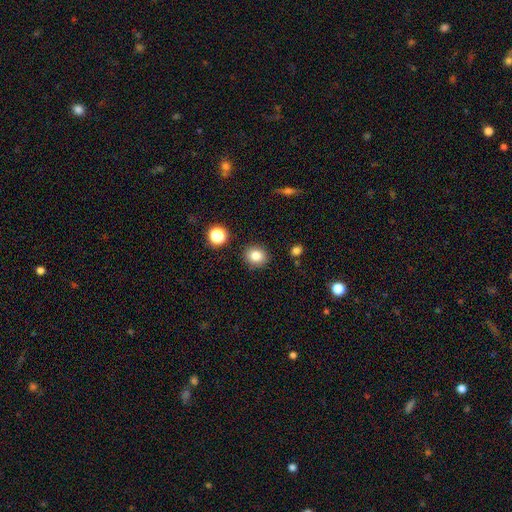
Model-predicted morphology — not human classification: type=smooth (82%); roundness=round (82%); merging=none (89%).